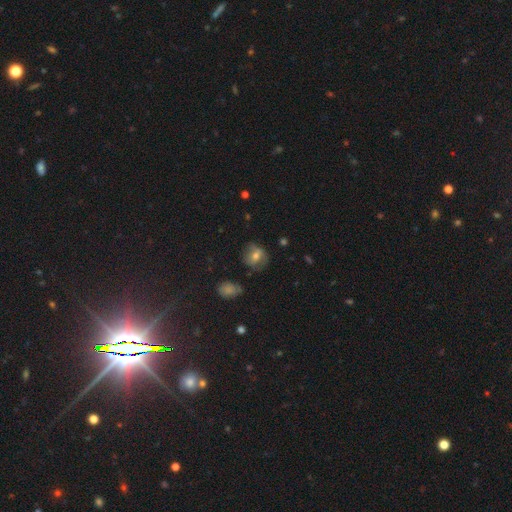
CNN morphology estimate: This is possibly a smooth galaxy (56%). How rounded: likely round (70%). Merging: likely none (61%).